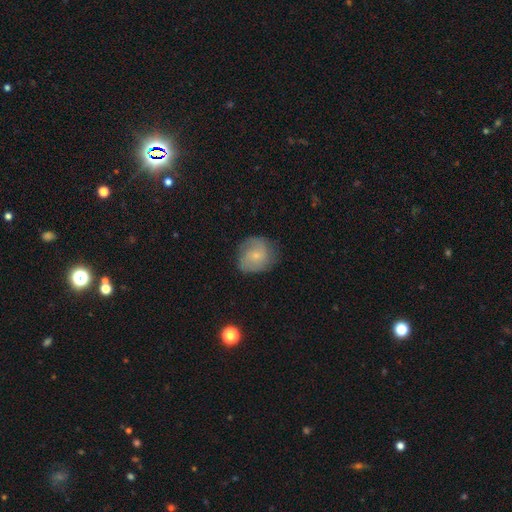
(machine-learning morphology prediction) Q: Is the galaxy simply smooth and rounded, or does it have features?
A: smooth — 46%, tied with featured or disk.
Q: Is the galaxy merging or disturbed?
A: none — 71%.